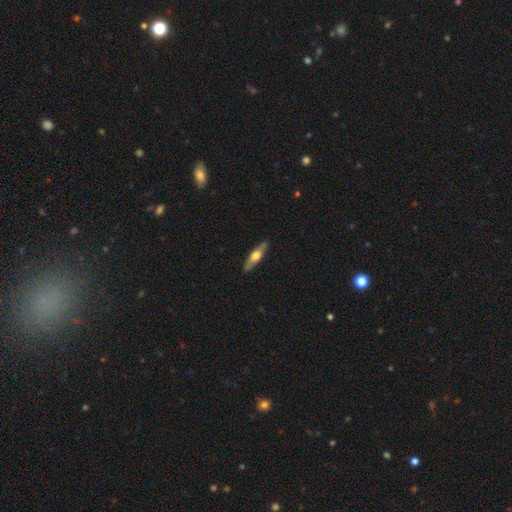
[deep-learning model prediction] featured or disk 49%, smooth 46%, star or artifact 5%. Down the decision tree: merging — none (86%).